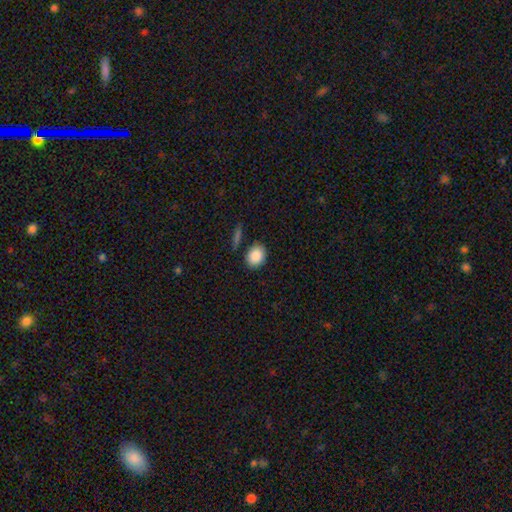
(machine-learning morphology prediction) A smooth galaxy with no disk features (88%) that is in between round and cigar-shaped (58%). Merging: none (81%).